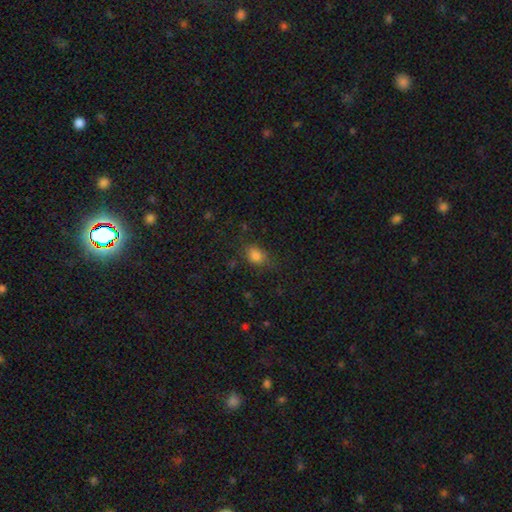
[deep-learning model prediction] Q: Smooth or featured?
A: smooth (80%); runner-up: star or artifact (13%)
Q: How rounded?
A: in between (69%); runner-up: round (29%)
Q: Merging?
A: none (68%); runner-up: minor disturbance (22%)